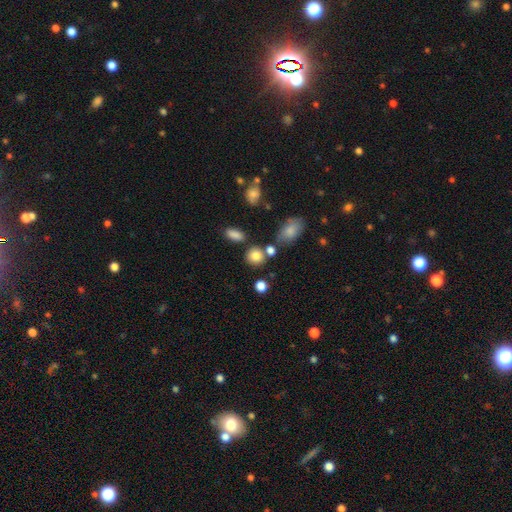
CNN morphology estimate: smooth-or-featured: smooth: 83% | star or artifact: 11% | featured or disk: 7%
  how-rounded: round: 81% | in between: 18% | cigar-shaped: 1%
  merging: none: 73% | merger: 12% | minor disturbance: 11% | major disturbance: 4%